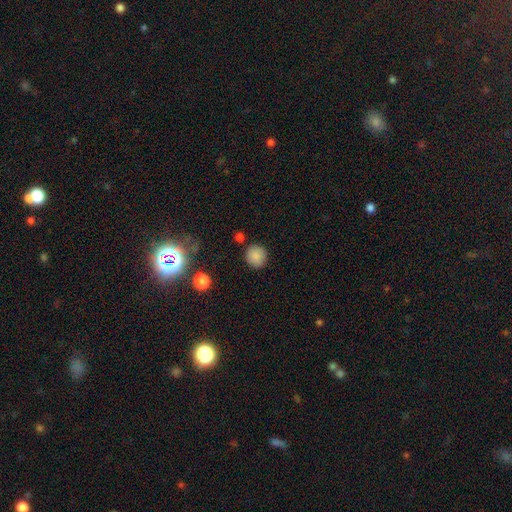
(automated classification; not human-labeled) Smooth or featured? Predicted: smooth (p=0.85). How rounded? Predicted: round (p=0.91). Merging? Predicted: none (p=0.86).